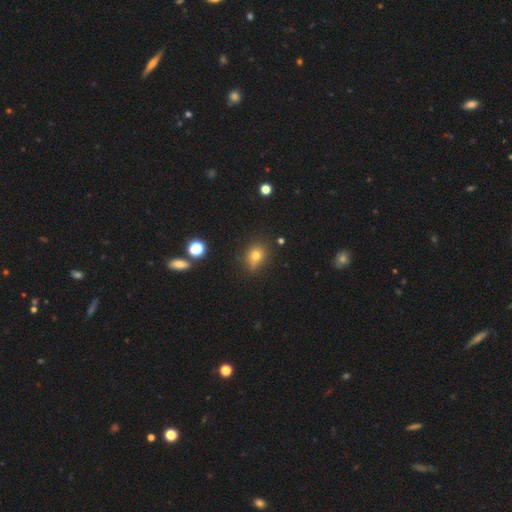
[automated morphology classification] Smooth or featured? smooth (70%)
How rounded? round (62%)
Merging? none (68%)